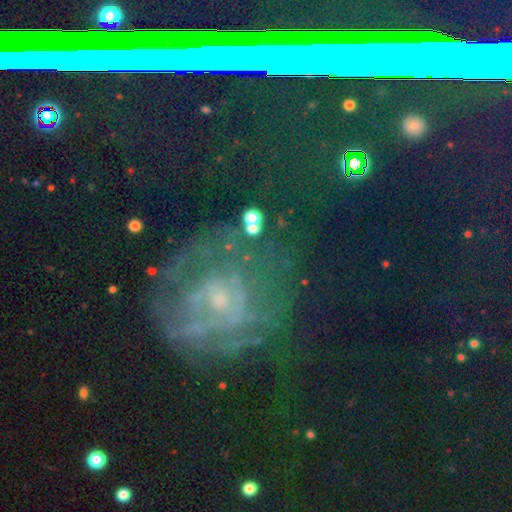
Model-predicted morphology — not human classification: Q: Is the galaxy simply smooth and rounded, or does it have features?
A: star or artifact — 40%.